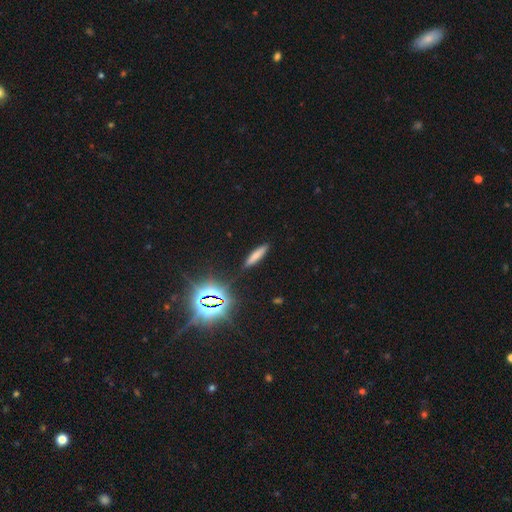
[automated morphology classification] smooth 69%, star or artifact 19%, featured or disk 12%. Down the decision tree: how rounded — cigar-shaped (82%); merging — none (87%).